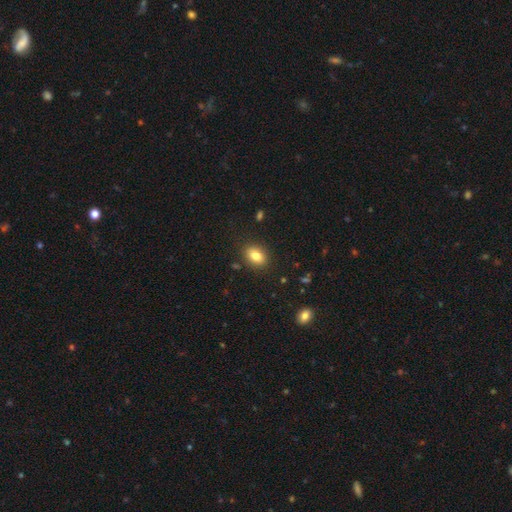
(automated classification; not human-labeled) Morphology: type=smooth (82%); roundness=in between (76%); merging=none (87%).